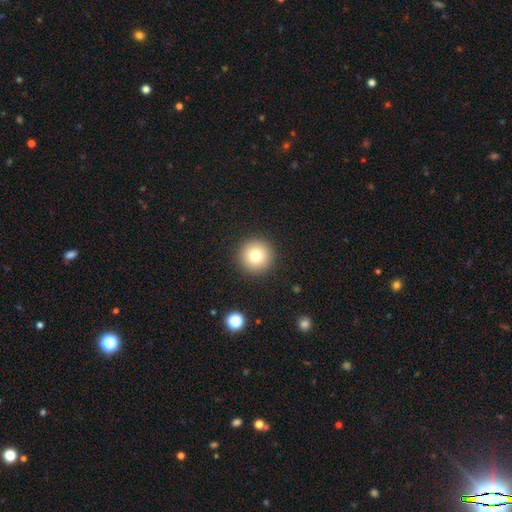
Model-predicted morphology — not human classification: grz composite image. It shows a smooth galaxy with no disk features (77%) that is round (96%). Merging: none (92%).